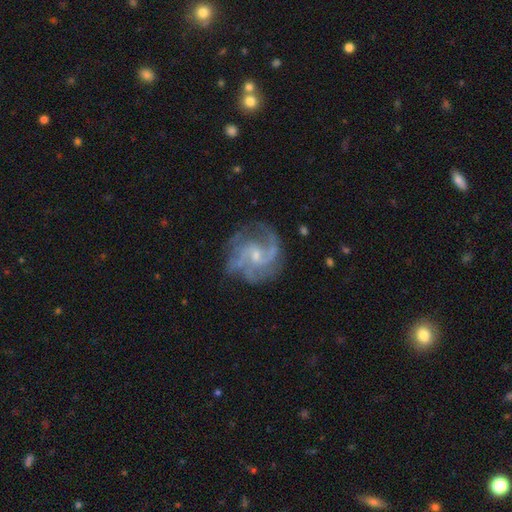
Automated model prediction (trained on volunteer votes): Q: Smooth or featured?
A: featured or disk (87%); runner-up: star or artifact (7%)
Q: Edge-on disk?
A: no (98%); runner-up: yes (2%)
Q: Bar?
A: no (50%); runner-up: weak (43%)
Q: Spiral arms?
A: yes (96%); runner-up: no (4%)
Q: Spiral winding?
A: medium (52%); runner-up: tight (27%)
Q: Spiral arm count?
A: 2 (35%); runner-up: 3 (27%)
Q: Bulge size?
A: small (69%); runner-up: moderate (24%)
Q: Merging?
A: none (69%); runner-up: minor disturbance (18%)